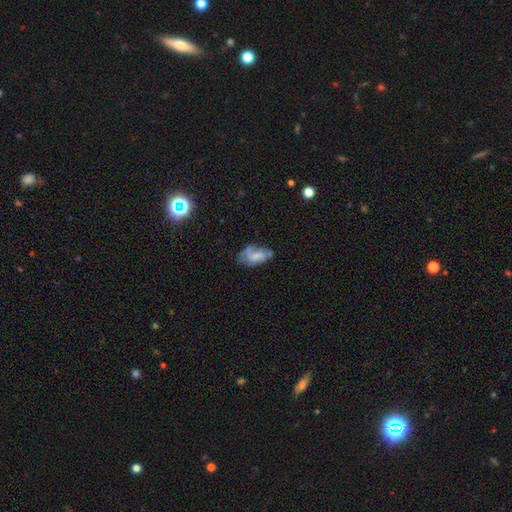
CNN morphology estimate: Overall: smooth (48%; featured or disk 43%). Merging: none (40%; minor disturbance 33%).